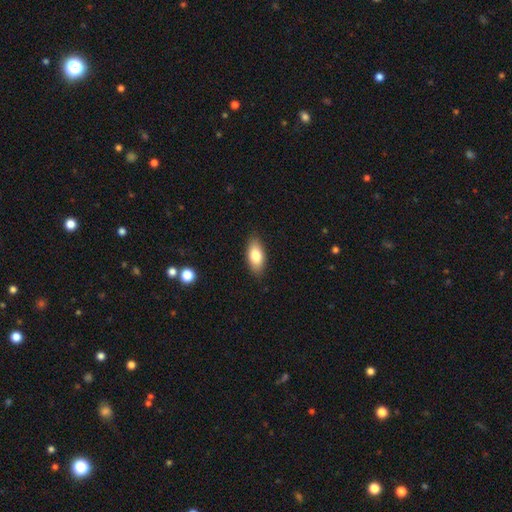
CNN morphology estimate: type=smooth (80%); roundness=in between (87%); merging=none (86%).